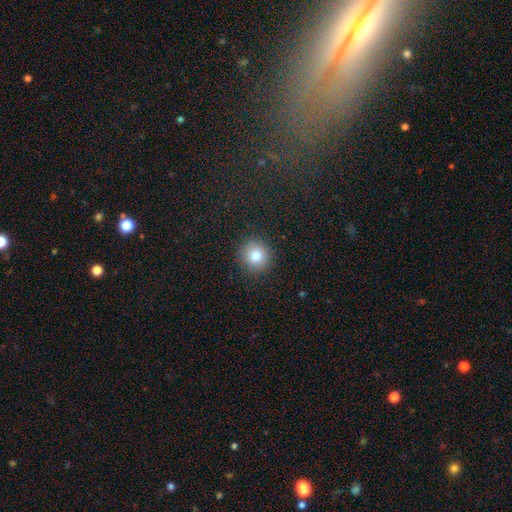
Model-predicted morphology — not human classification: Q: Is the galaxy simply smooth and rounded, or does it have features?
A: smooth — 81%.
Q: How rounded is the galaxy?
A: round — 91%.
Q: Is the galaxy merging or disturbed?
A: none — 90%.